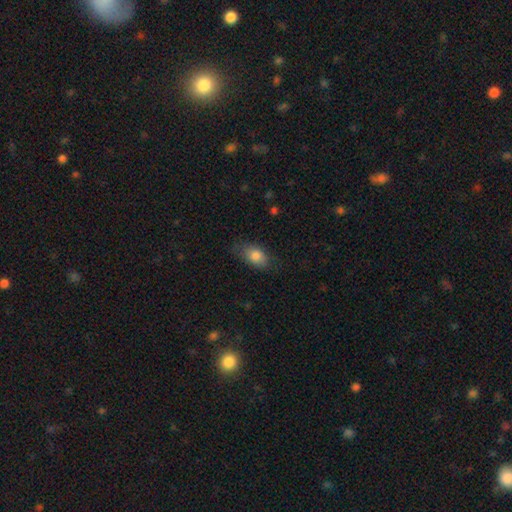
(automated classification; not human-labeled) Smooth or featured? smooth (82%)
How rounded? in between (86%)
Merging? none (71%)